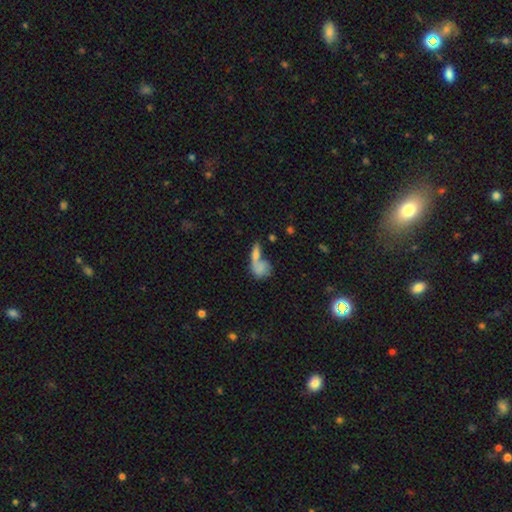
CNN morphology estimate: type=smooth (65%); roundness=in between (53%); merging=merger (48%).